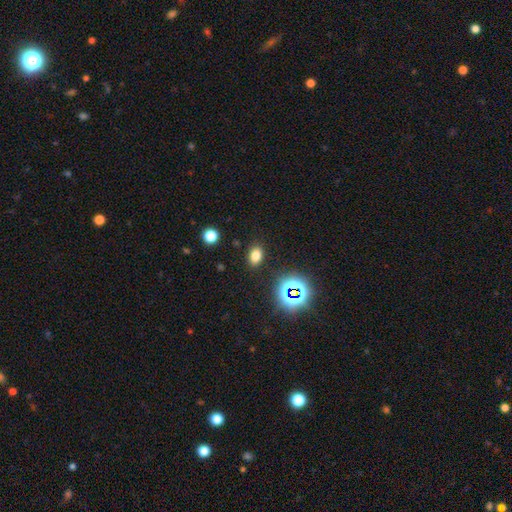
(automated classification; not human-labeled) A smooth galaxy with no disk features (74%) that is in between round and cigar-shaped (78%). Merging: none (87%).